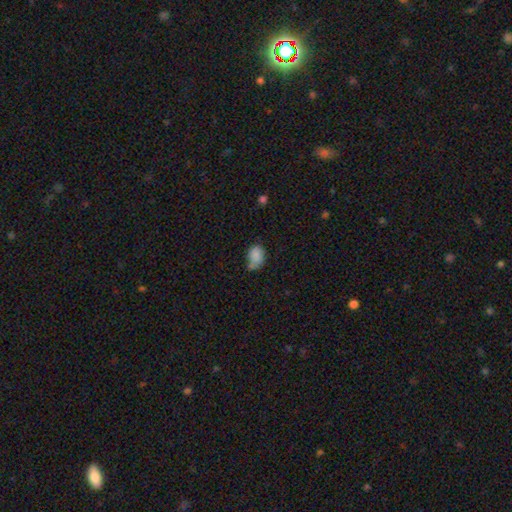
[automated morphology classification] Q: Smooth or featured?
A: smooth (83%); runner-up: star or artifact (9%)
Q: How rounded?
A: in between (77%); runner-up: round (21%)
Q: Merging?
A: none (42%); runner-up: minor disturbance (37%)